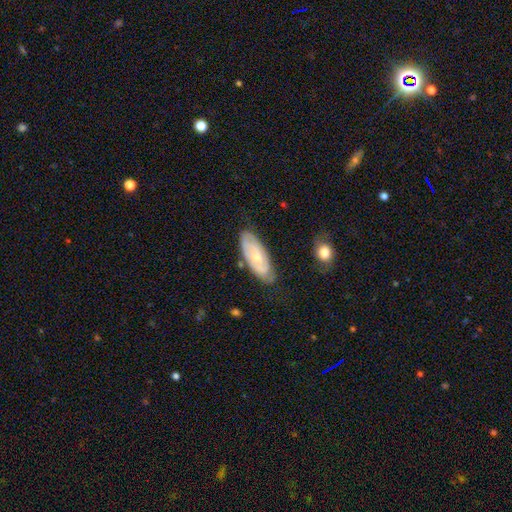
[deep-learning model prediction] featured or disk 59%, smooth 36%, star or artifact 6%. Down the decision tree: edge-on disk — no (89%); bar — no (73%); spiral arms — yes (77%); bulge size — small (58%); merging — none (73%).